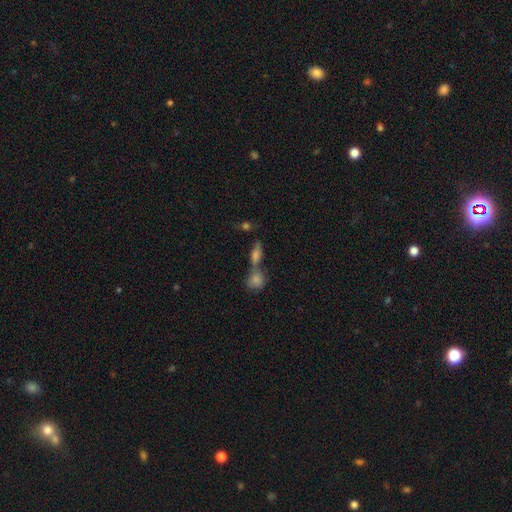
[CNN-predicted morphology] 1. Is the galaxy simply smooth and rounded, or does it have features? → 61% smooth, 24% featured or disk, 16% star or artifact.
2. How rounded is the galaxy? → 51% in between, 32% cigar-shaped, 16% round.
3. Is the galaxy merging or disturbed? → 44% merger (tied), 44% none (tied), 9% minor disturbance, 4% major disturbance.